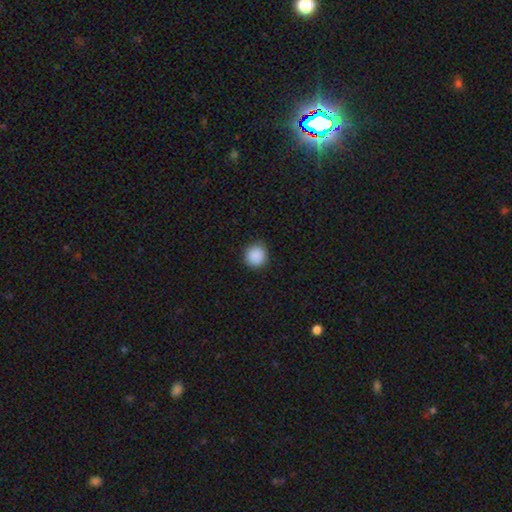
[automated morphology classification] Smooth or featured? Predicted: smooth (p=0.89). How rounded? Predicted: round (p=0.94). Merging? Predicted: none (p=0.91).